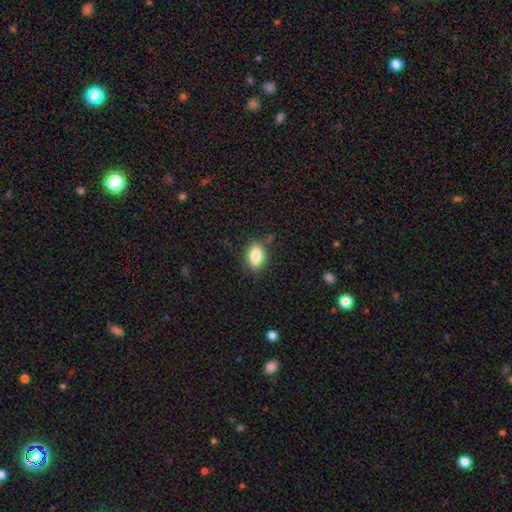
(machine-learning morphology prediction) Q: Smooth or featured?
A: smooth (83%); runner-up: star or artifact (8%)
Q: How rounded?
A: in between (84%); runner-up: round (15%)
Q: Merging?
A: none (79%); runner-up: minor disturbance (14%)